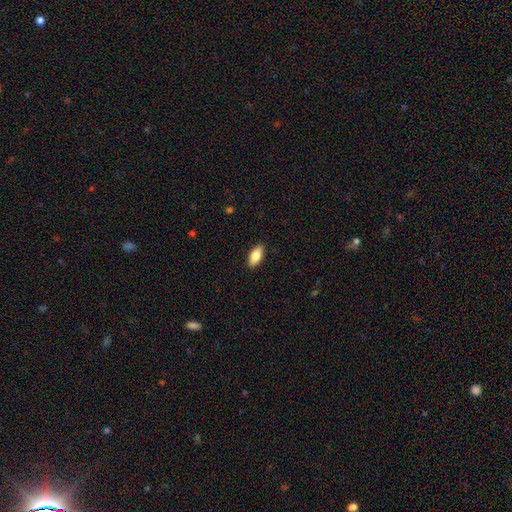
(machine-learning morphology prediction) smooth-or-featured: smooth: 75% | featured or disk: 19% | star or artifact: 6%
  how-rounded: in between: 84% | cigar-shaped: 13% | round: 3%
  merging: none: 89% | minor disturbance: 8% | major disturbance: 2% | merger: 1%